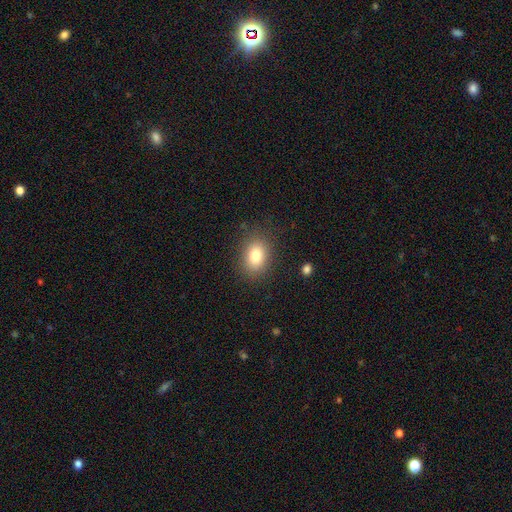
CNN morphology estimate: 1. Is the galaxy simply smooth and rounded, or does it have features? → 81% smooth, 10% star or artifact, 9% featured or disk.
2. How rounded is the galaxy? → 71% in between, 28% round, 1% cigar-shaped.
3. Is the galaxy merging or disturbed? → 85% none, 10% minor disturbance, 4% major disturbance, 1% merger.